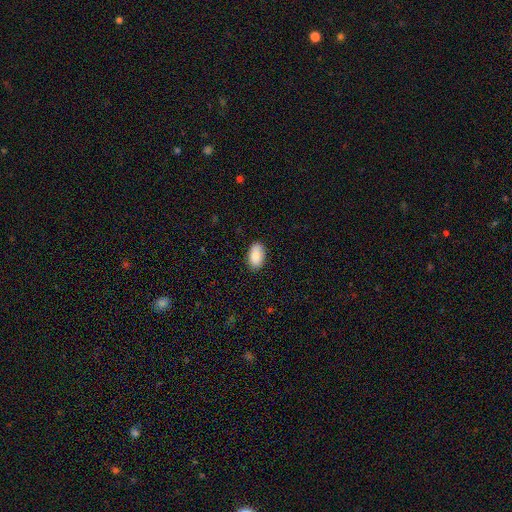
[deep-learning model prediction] Overall: smooth (86%). How rounded: in between (94%). Merging: none (86%).